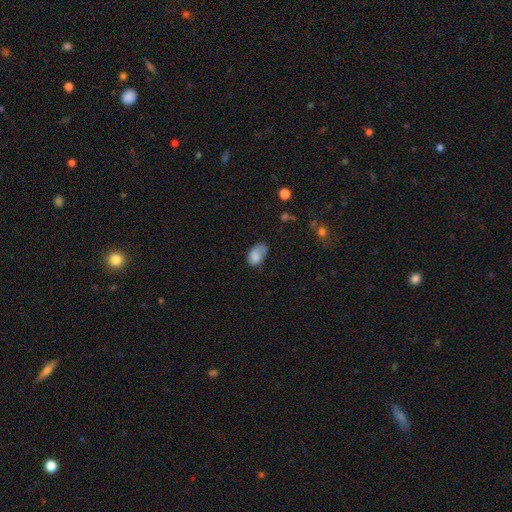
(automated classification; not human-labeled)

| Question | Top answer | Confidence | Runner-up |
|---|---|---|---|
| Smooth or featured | smooth | 77% | featured or disk (14%) |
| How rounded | in between | 87% | round (12%) |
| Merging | none | 41% | minor disturbance (35%) |